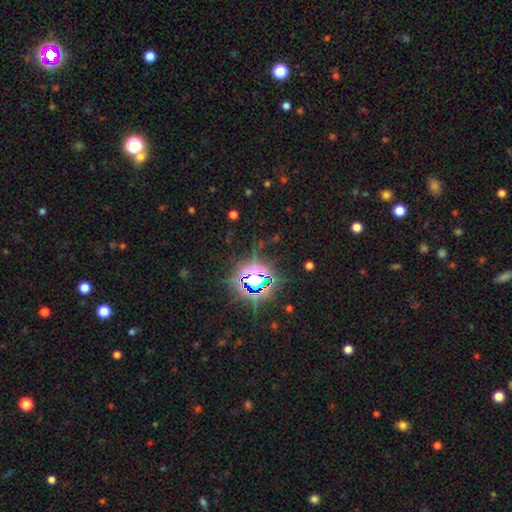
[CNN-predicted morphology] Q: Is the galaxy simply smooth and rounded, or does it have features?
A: star or artifact — 81%.